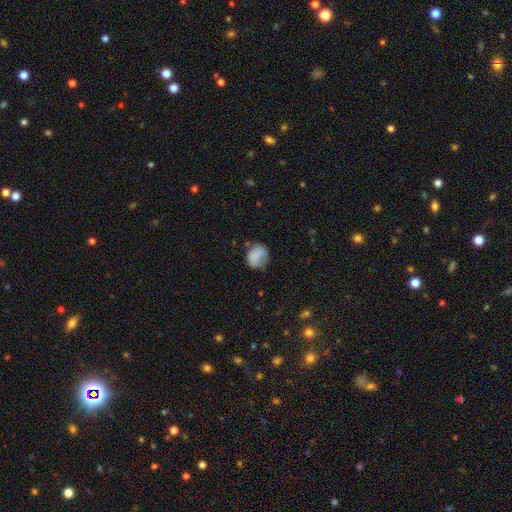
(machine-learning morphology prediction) Smooth or featured? Predicted: smooth (p=0.79). How rounded? Predicted: round (p=0.73). Merging? Predicted: none (p=0.58).